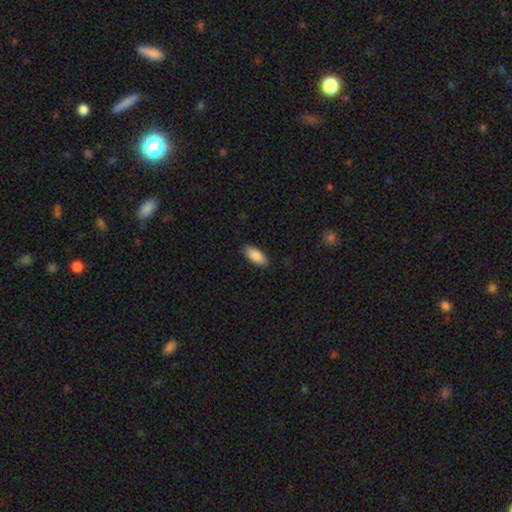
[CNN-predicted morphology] This is clearly a smooth galaxy (88%). How rounded: clearly in between (88%). Merging: clearly none (88%).